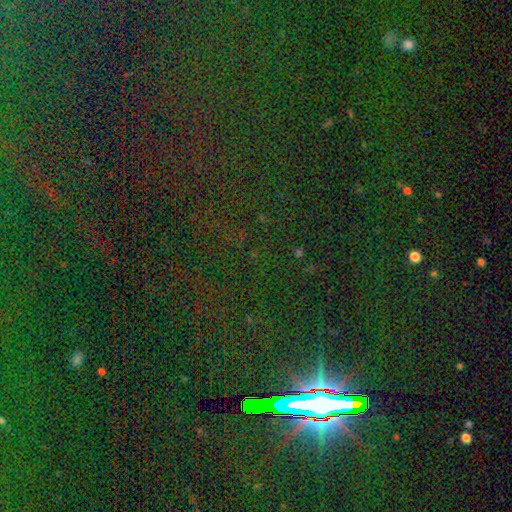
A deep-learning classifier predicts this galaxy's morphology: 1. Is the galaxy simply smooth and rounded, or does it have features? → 81% star or artifact, 11% smooth, 8% featured or disk.